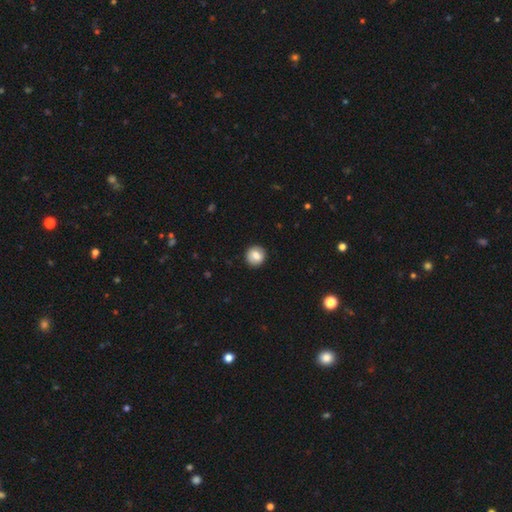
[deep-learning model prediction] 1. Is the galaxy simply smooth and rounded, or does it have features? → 80% smooth, 12% featured or disk, 8% star or artifact.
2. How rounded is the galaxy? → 89% round, 10% in between, 1% cigar-shaped.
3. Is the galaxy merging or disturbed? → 89% none, 8% minor disturbance, 2% major disturbance, 1% merger.